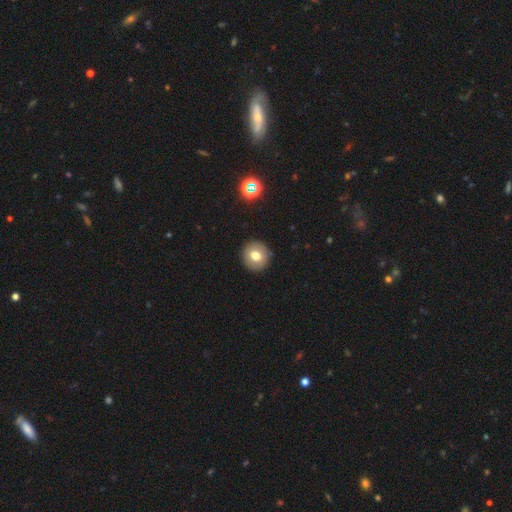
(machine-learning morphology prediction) A smooth galaxy with no disk features (72%) that is round (91%). Merging: none (91%).